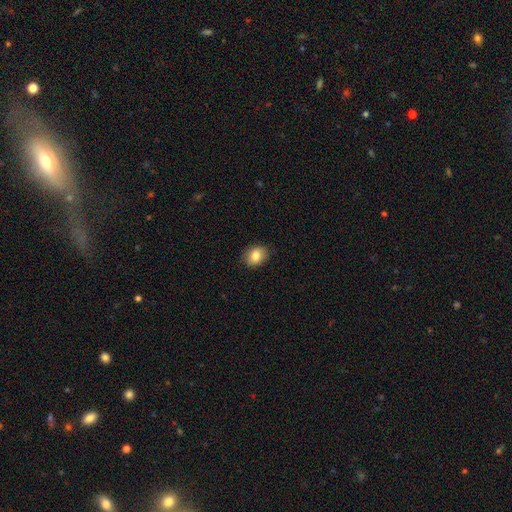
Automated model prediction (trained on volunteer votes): This appears to be a smooth galaxy with no disk features (83%) that is in between round and cigar-shaped (62%). Merging: none (88%).